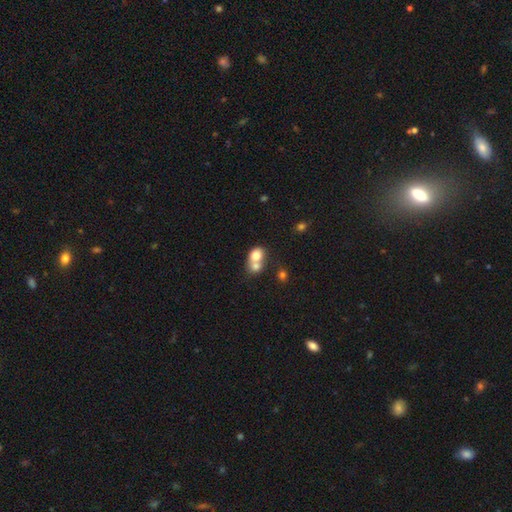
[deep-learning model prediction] A smooth galaxy with no disk features (73%) that is round (55%).

Vote fractions:
- Smooth or featured? smooth: 73% / featured or disk: 18% / star or artifact: 9%
- How rounded? round: 55% / in between: 44% / cigar-shaped: 1%
- Merging? merger: 70% / none: 21% / minor disturbance: 6% / major disturbance: 3%